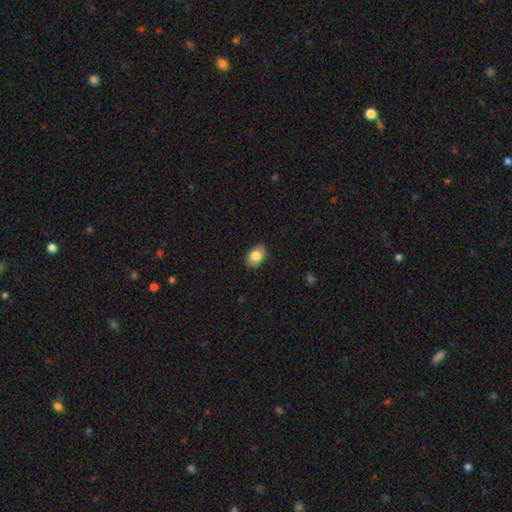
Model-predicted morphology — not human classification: Smooth or featured? Predicted: smooth (p=0.83). How rounded? Predicted: in between (p=0.85). Merging? Predicted: none (p=0.88).